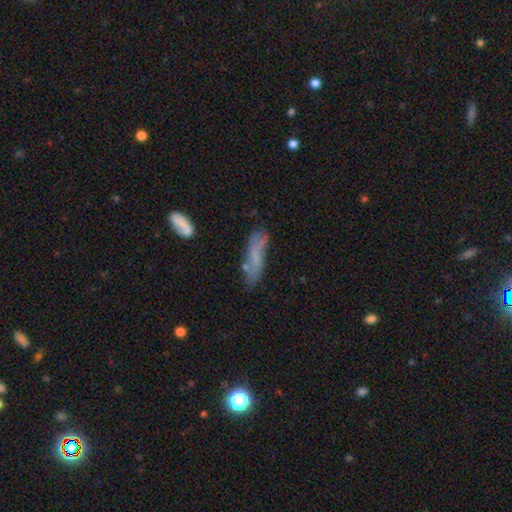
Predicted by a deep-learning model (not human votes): Smooth or featured? Predicted: smooth (p=0.60). How rounded? Predicted: cigar-shaped (p=0.64). Merging? Predicted: none (p=0.60).